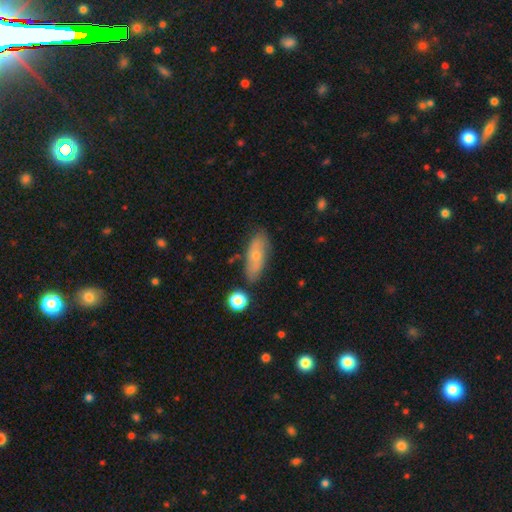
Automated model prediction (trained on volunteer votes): Smooth or featured? Predicted: smooth (p=0.60). How rounded? Predicted: in between (p=0.72). Merging? Predicted: none (p=0.76).